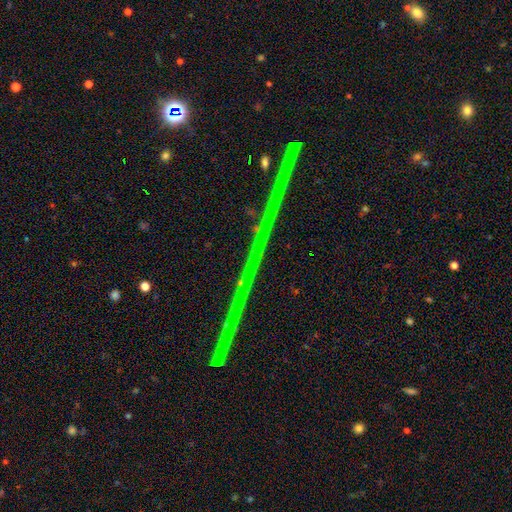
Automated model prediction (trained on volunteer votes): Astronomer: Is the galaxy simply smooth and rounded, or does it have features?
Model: star or artifact — 82%.